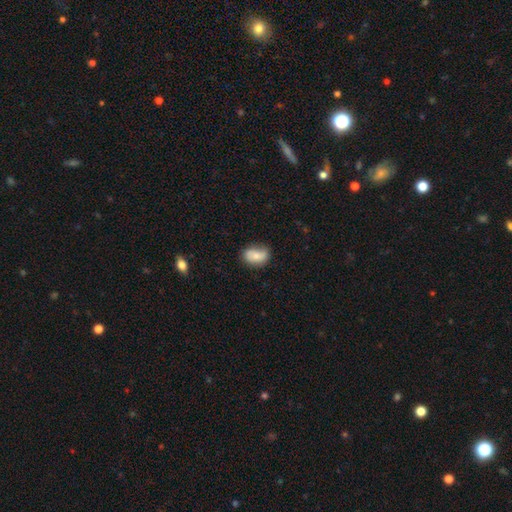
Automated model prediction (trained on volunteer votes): A smooth galaxy with no disk features (75%) that is in between round and cigar-shaped (84%). Merging: none (66%).